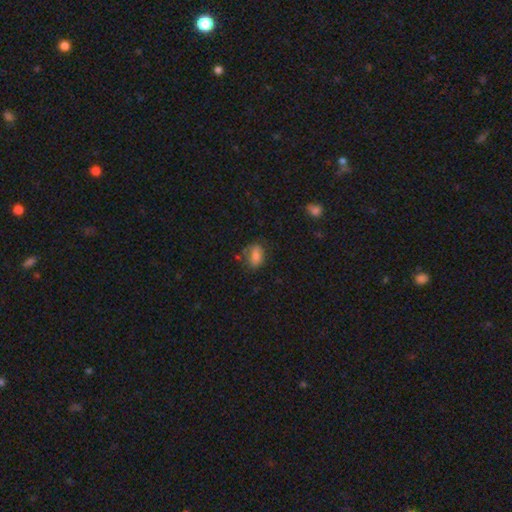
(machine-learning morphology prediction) This is likely a smooth galaxy (76%). How rounded: likely in between (79%). Merging: likely none (60%).